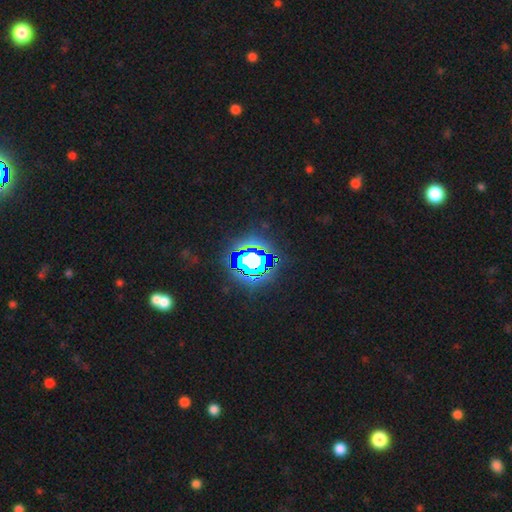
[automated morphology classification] smooth_or_featured: star or artifact (p=0.80) [alt: smooth p=0.13]